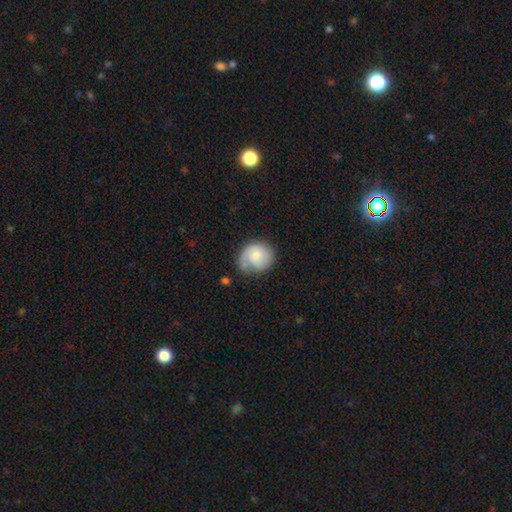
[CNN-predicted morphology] smooth-or-featured: smooth: 53% | featured or disk: 40% | star or artifact: 7%
  how-rounded: round: 72% | in between: 27% | cigar-shaped: 1%
  merging: none: 56% | minor disturbance: 28% | major disturbance: 13% | merger: 4%